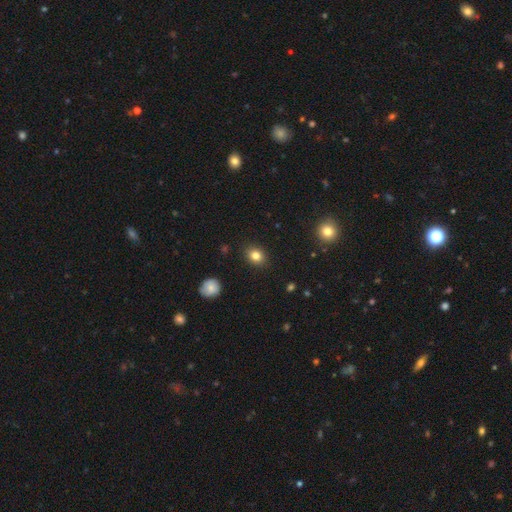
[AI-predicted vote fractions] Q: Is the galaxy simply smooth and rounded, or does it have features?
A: smooth — 82%.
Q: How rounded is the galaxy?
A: in between — 50%.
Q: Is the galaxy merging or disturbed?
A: none — 89%.